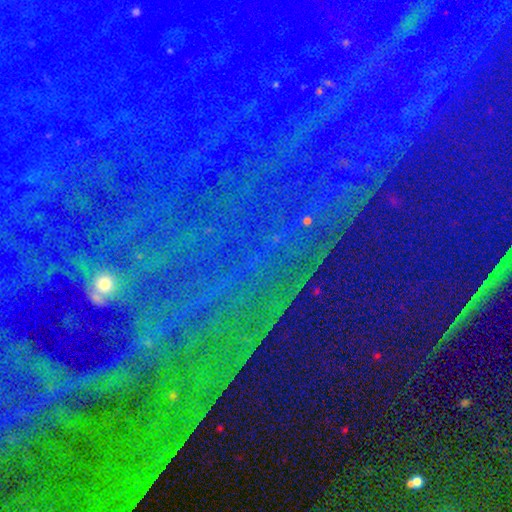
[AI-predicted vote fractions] Overall: star or artifact (87%).